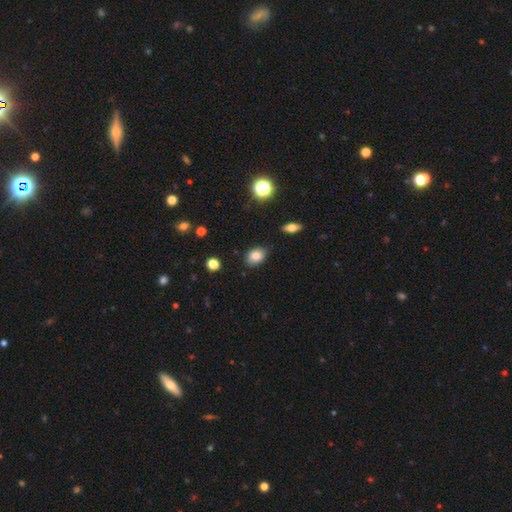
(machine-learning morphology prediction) A smooth galaxy with no disk features (83%) that is in between round and cigar-shaped (75%). Merging: none (82%).